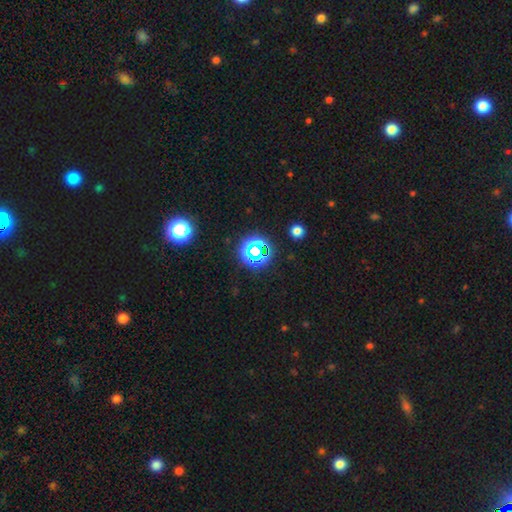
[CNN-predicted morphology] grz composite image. It shows a star or artifact, not a galaxy (63%).